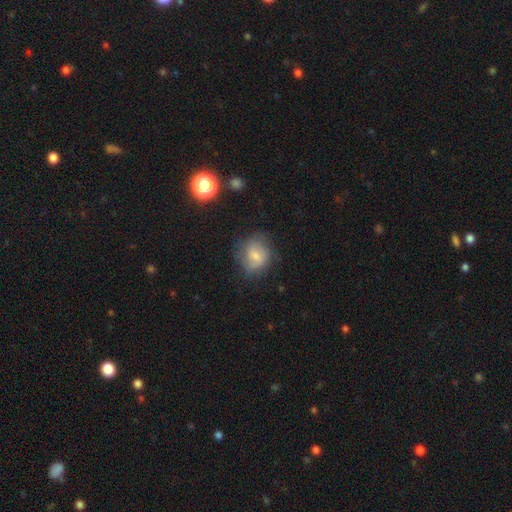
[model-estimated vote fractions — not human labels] This appears to be a smooth galaxy with no disk features (63%) that is round (69%). Merging: none (63%).